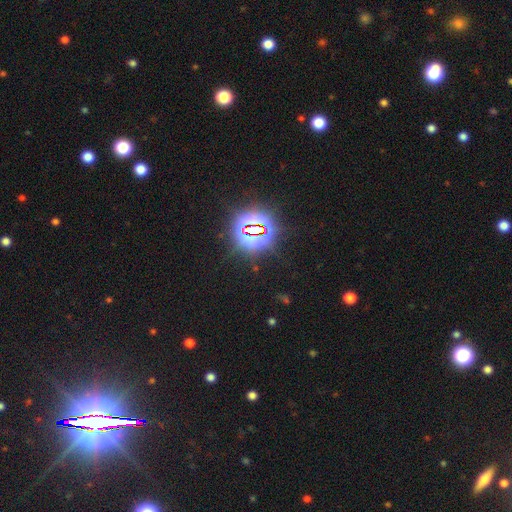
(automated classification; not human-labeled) Smooth or featured?
  - star or artifact: 82% *
  - smooth: 11%
  - featured or disk: 7%